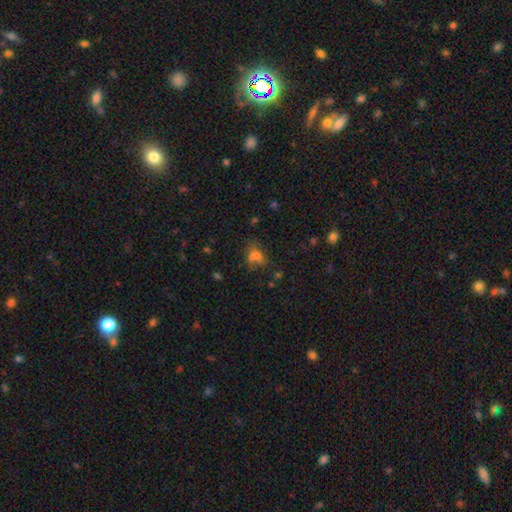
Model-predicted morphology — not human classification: smooth-or-featured: smooth: 64% | star or artifact: 21% | featured or disk: 15%
  how-rounded: in between: 63% | round: 34% | cigar-shaped: 3%
  merging: none: 34% (tied) | merger: 34% (tied) | minor disturbance: 18% | major disturbance: 14%